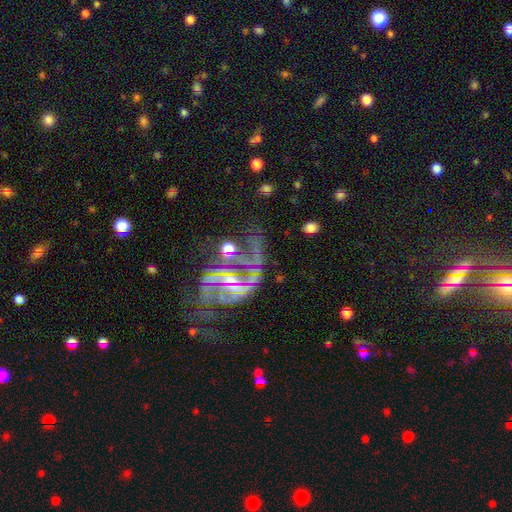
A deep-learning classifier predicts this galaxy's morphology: Smooth or featured: featured or disk — 71% (star or artifact — 20%)
Edge-on disk: no — 95% (yes — 5%)
Bar: weak — 37% (no — 33%)
Spiral arms: yes — 83% (no — 17%)
Spiral winding: loose — 43% (medium — 39%)
Spiral arm count: 2 — 60% (can't tell — 16%)
Bulge size: small — 56% (moderate — 25%)
Merging: none — 38% (major disturbance — 30%)